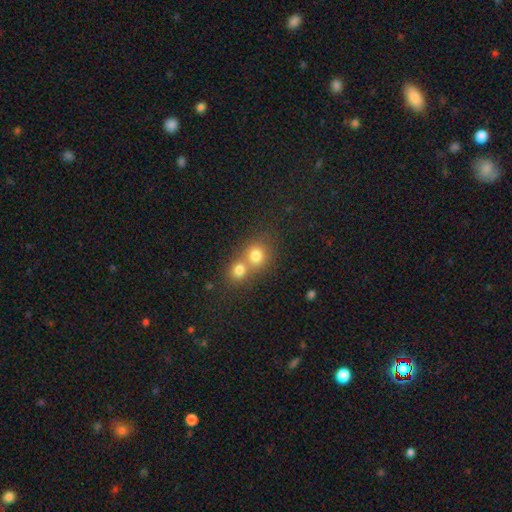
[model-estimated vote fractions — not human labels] Q: Smooth or featured?
A: smooth (77%); runner-up: star or artifact (13%)
Q: How rounded?
A: round (81%); runner-up: in between (18%)
Q: Merging?
A: merger (58%); runner-up: none (35%)